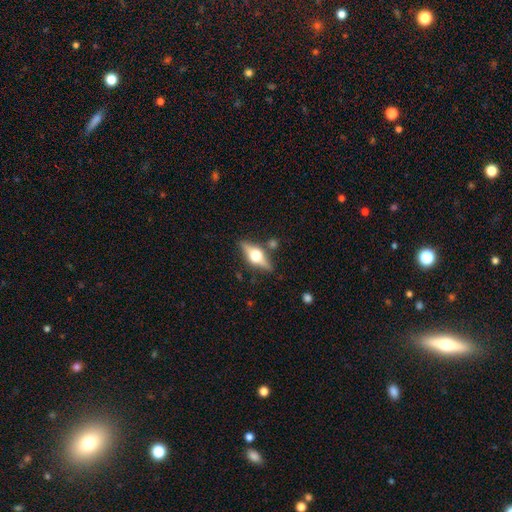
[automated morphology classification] This is likely a featured or disk galaxy (71%). It is clearly viewed edge-on (95%). Edge-on bulge: clearly rounded (96%). Merging: clearly none (83%).